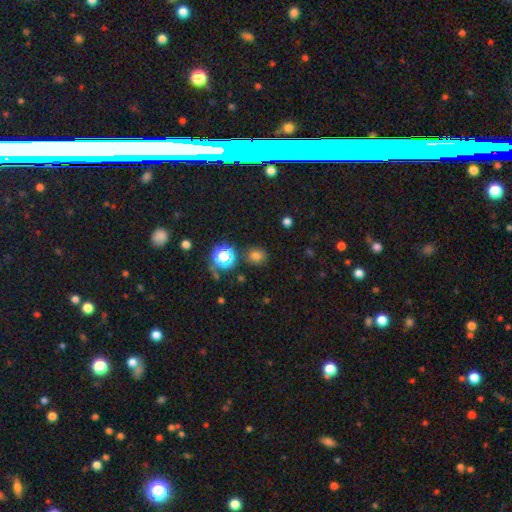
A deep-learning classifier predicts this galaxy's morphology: A smooth galaxy with no disk features (70%) that is round (85%).

Vote fractions:
- Smooth or featured? smooth: 70% / star or artifact: 24% / featured or disk: 7%
- How rounded? round: 85% / in between: 14% / cigar-shaped: 1%
- Merging? none: 83% / minor disturbance: 10% / merger: 4% / major disturbance: 3%